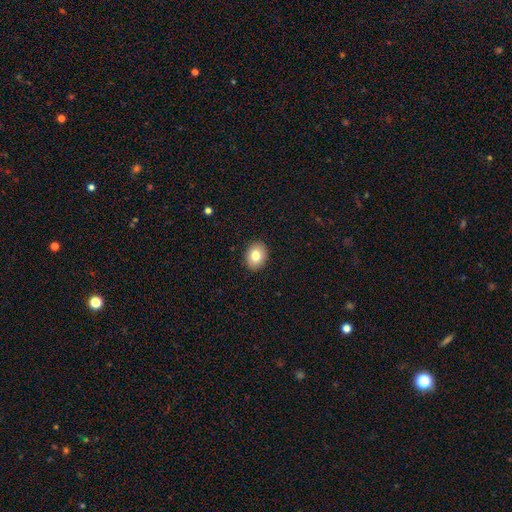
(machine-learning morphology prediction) The model was most divided on "how rounded": in between: 60%, round: 40%, cigar-shaped: 1%. More confident: merging — none (90%); smooth or featured — smooth (80%).